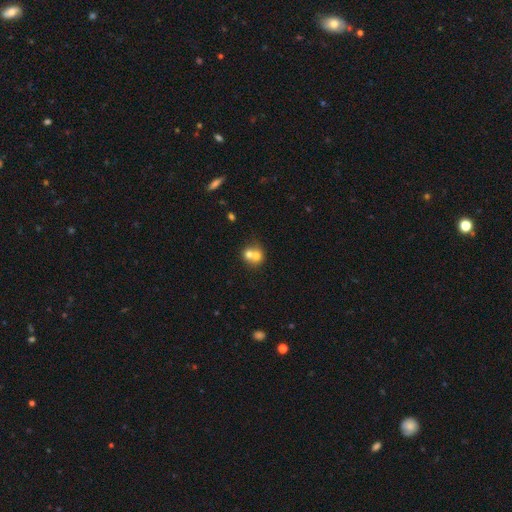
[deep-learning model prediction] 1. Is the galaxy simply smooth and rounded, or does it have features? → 66% smooth, 24% featured or disk, 11% star or artifact.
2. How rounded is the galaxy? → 77% round, 22% in between, 1% cigar-shaped.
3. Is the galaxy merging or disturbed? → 66% merger, 27% none, 5% minor disturbance, 3% major disturbance.